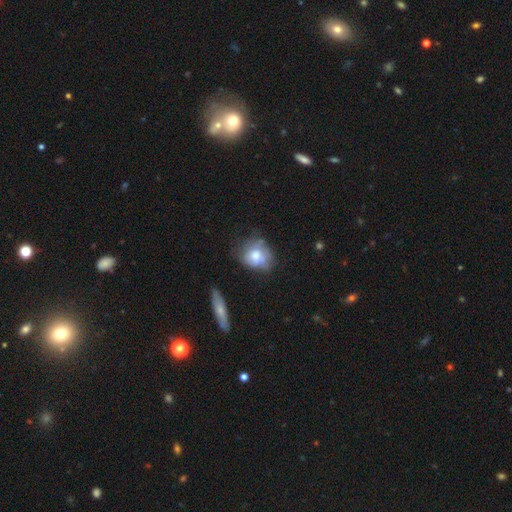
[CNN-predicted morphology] smooth_or_featured: smooth (p=0.56) [alt: featured or disk p=0.36]
how_rounded: round (p=0.67) [alt: in between p=0.32]
merging: none (p=0.50) [alt: minor disturbance p=0.29]